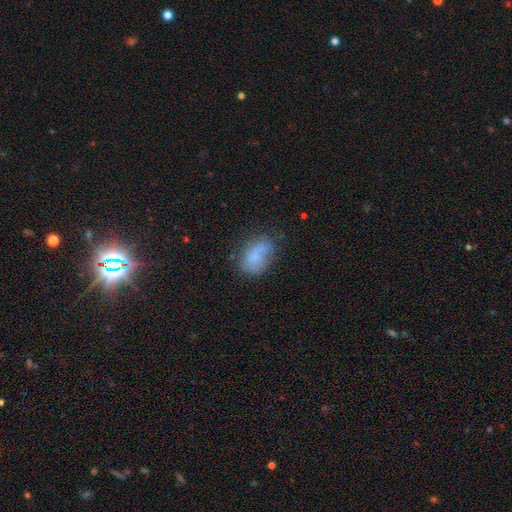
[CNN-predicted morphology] Smooth or featured?
  - smooth: 72% *
  - featured or disk: 18%
  - star or artifact: 10%
How rounded?
  - in between: 82% *
  - round: 16%
  - cigar-shaped: 2%
Merging?
  - none: 54% *
  - minor disturbance: 26%
  - merger: 11%
  - major disturbance: 10%